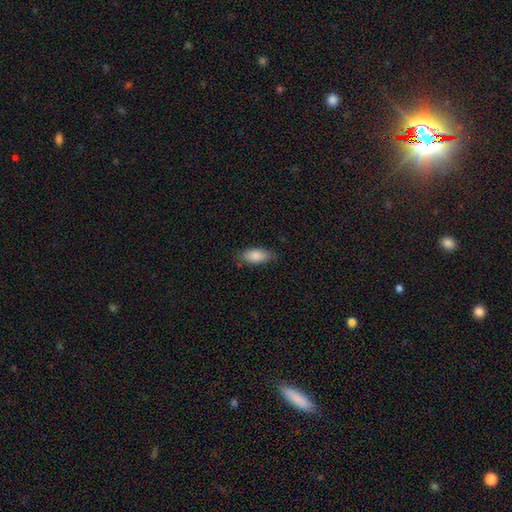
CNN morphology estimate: This appears to be a smooth galaxy with no disk features (83%) that is in between round and cigar-shaped (86%). Merging: none (79%).